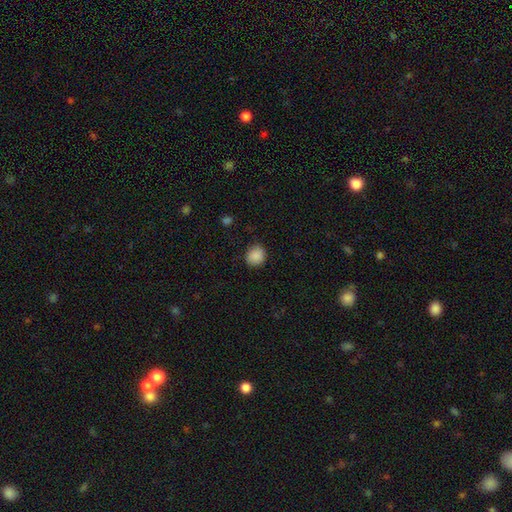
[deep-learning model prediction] This is clearly a smooth galaxy (88%). How rounded: likely round (80%). Merging: clearly none (84%).